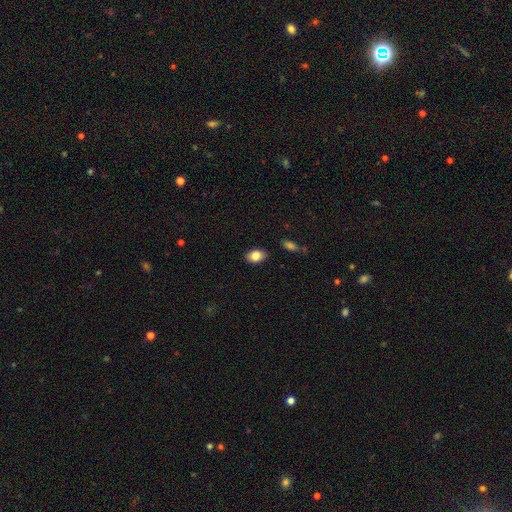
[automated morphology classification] Smooth or featured?
  - smooth: 83% *
  - featured or disk: 9%
  - star or artifact: 8%
How rounded?
  - in between: 85% *
  - round: 13%
  - cigar-shaped: 1%
Merging?
  - none: 87% *
  - minor disturbance: 9%
  - major disturbance: 2%
  - merger: 2%